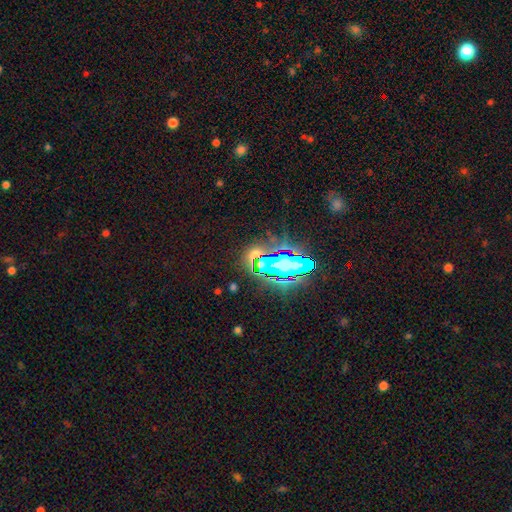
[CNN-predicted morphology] Smooth or featured? Predicted: star or artifact (p=0.66).